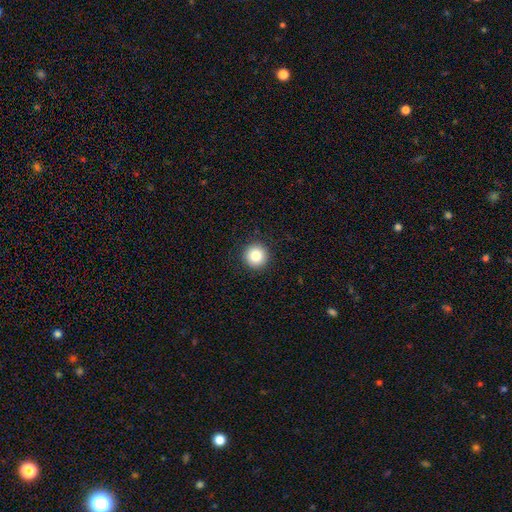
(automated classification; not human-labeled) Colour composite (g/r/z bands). It shows a smooth galaxy with no disk features (85%) that is round (96%). Merging: none (92%).